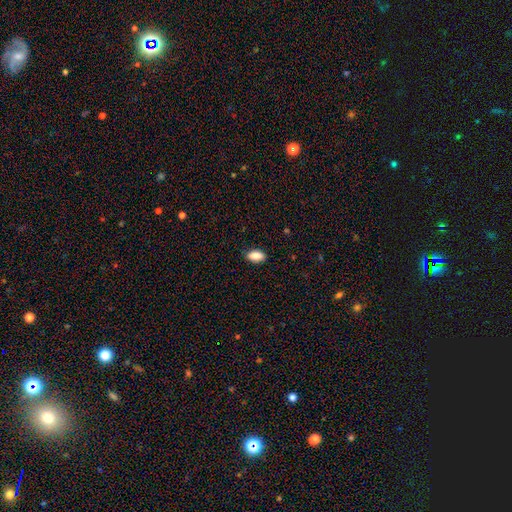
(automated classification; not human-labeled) smooth-or-featured: smooth: 88% | star or artifact: 7% | featured or disk: 5%
  how-rounded: in between: 92% | cigar-shaped: 5% | round: 3%
  merging: none: 88% | minor disturbance: 9% | major disturbance: 2% | merger: 1%